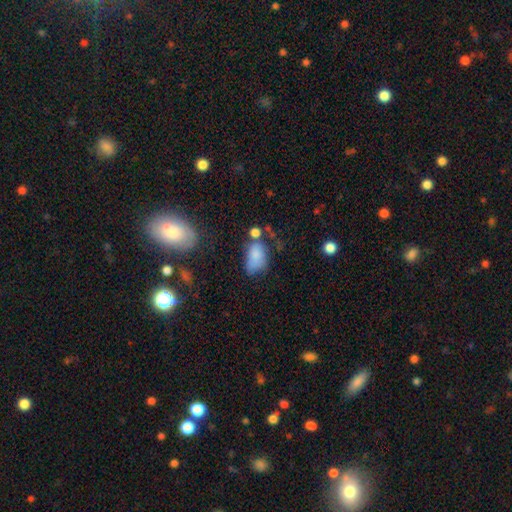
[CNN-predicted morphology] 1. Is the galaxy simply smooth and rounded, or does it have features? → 78% smooth, 12% featured or disk, 10% star or artifact.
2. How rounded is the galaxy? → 86% in between, 12% round, 2% cigar-shaped.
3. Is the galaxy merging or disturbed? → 31% none, 29% minor disturbance, 21% major disturbance, 18% merger.